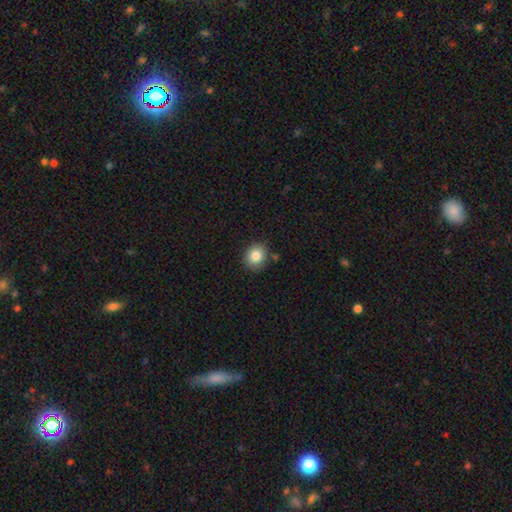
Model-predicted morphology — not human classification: Q: Smooth or featured?
A: smooth (84%); runner-up: star or artifact (9%)
Q: How rounded?
A: round (74%); runner-up: in between (25%)
Q: Merging?
A: none (84%); runner-up: minor disturbance (10%)